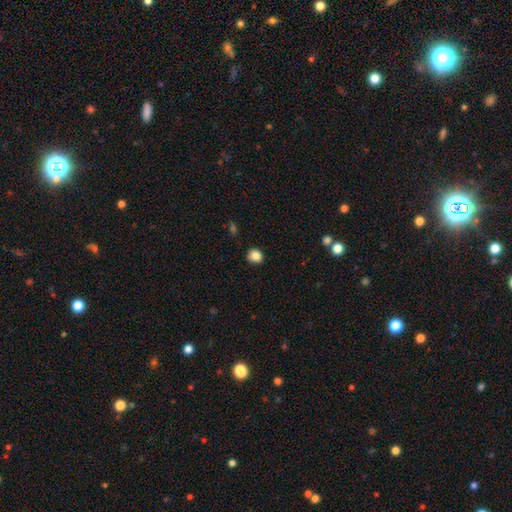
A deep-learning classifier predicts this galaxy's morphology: Smooth or featured? smooth (85%)
How rounded? round (78%)
Merging? none (86%)